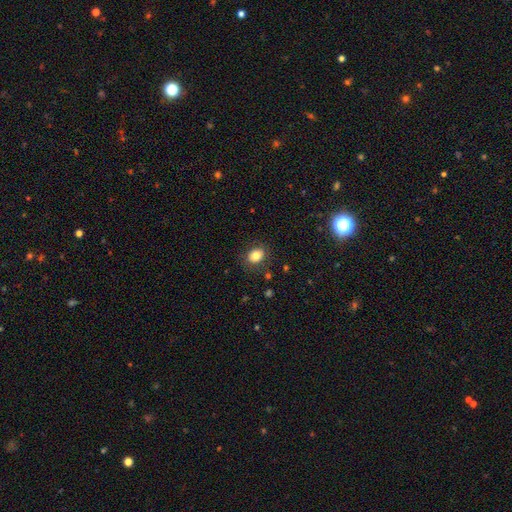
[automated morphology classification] A smooth galaxy with no disk features (81%) that is in between round and cigar-shaped (56%). Merging: none (84%).